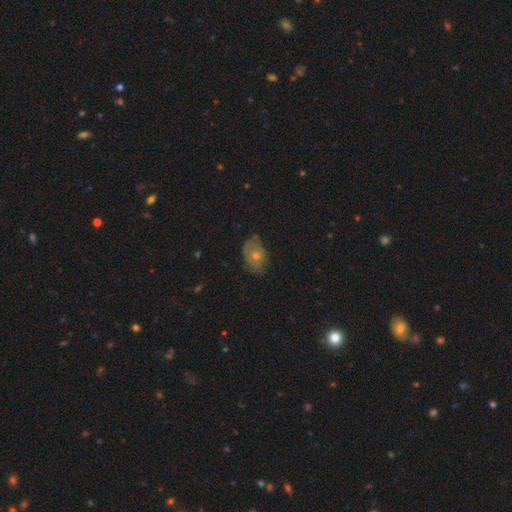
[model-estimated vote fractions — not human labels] A featured or disk galaxy (49%). Merging: none (74%).